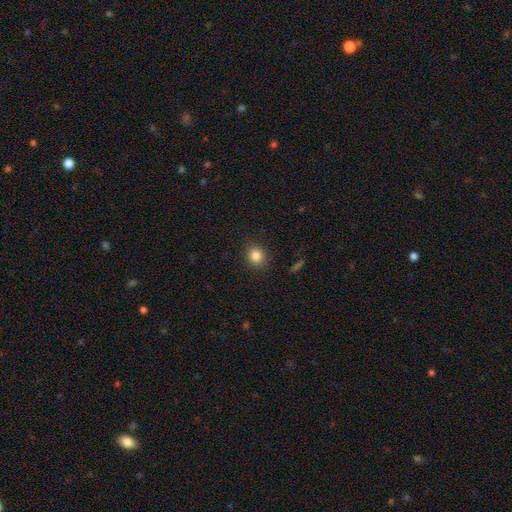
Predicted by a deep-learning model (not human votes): Overall: smooth (83%). How rounded: round (69%; in between 30%). Merging: none (88%).